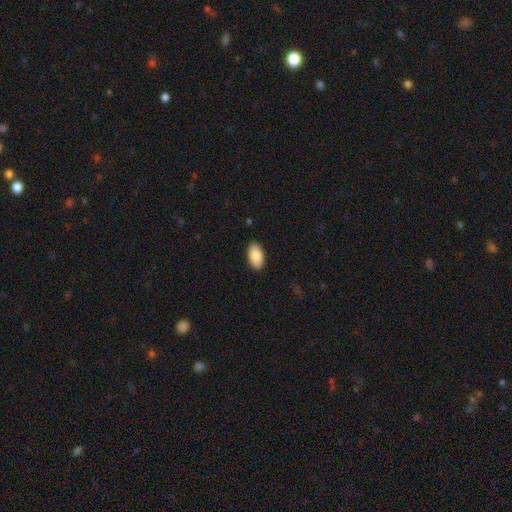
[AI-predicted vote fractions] smooth_or_featured: smooth (p=0.89) [alt: star or artifact p=0.06]
how_rounded: in between (p=0.96) [alt: round p=0.03]
merging: none (p=0.89) [alt: minor disturbance p=0.08]